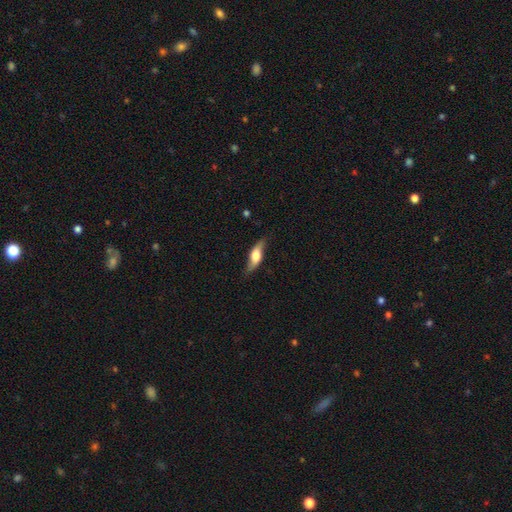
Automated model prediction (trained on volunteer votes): Smooth or featured: featured or disk — 53% (smooth — 41%)
Edge-on disk: yes — 59% (no — 41%)
Merging: none — 74% (minor disturbance — 20%)